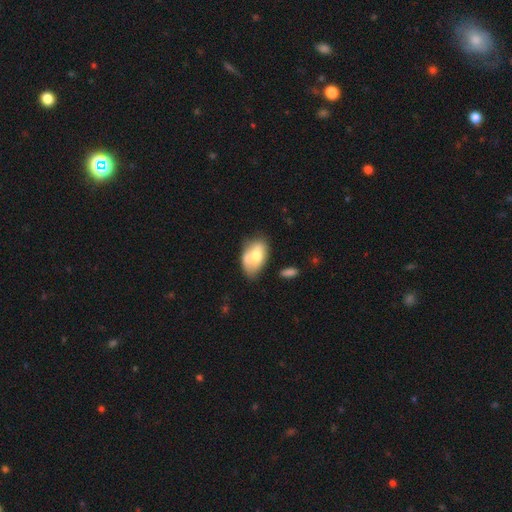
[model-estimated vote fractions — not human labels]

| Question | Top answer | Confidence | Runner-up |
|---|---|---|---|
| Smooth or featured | smooth | 63% | featured or disk (30%) |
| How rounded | in between | 88% | round (10%) |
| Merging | none | 41% | merger (29%) |